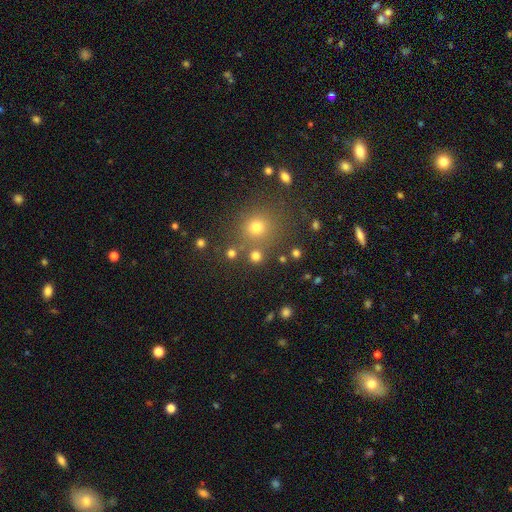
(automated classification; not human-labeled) Morphology: type=smooth (75%); roundness=round (91%); merging=none (77%).